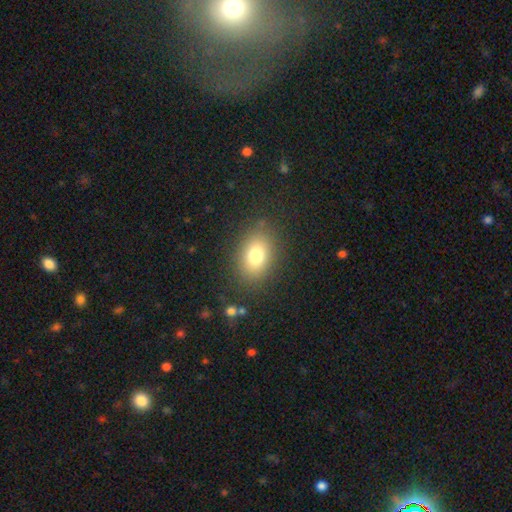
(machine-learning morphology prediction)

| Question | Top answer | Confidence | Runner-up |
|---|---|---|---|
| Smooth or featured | smooth | 77% | featured or disk (12%) |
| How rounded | in between | 74% | round (25%) |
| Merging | none | 83% | minor disturbance (10%) |